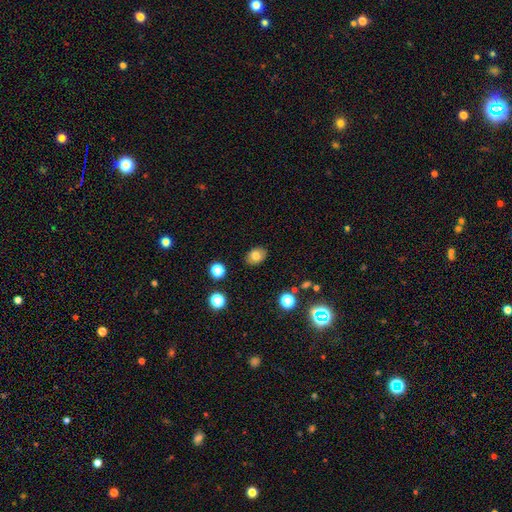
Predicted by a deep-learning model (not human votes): Smooth or featured?
  - smooth: 79% *
  - star or artifact: 11%
  - featured or disk: 10%
How rounded?
  - in between: 70% *
  - round: 29%
  - cigar-shaped: 1%
Merging?
  - none: 87% *
  - minor disturbance: 9%
  - major disturbance: 2%
  - merger: 1%